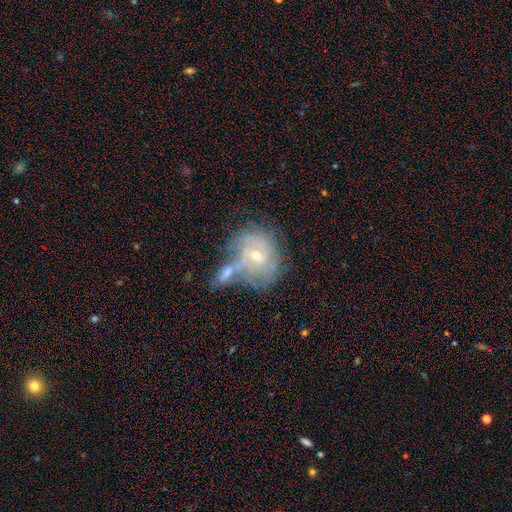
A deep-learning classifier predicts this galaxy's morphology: Q: Smooth or featured?
A: featured or disk (65%); runner-up: smooth (24%)
Q: Edge-on disk?
A: no (96%); runner-up: yes (4%)
Q: Bar?
A: no (58%); runner-up: weak (35%)
Q: Spiral arms?
A: yes (72%); runner-up: no (28%)
Q: Bulge size?
A: small (57%); runner-up: moderate (39%)
Q: Merging?
A: merger (40%); runner-up: none (32%)